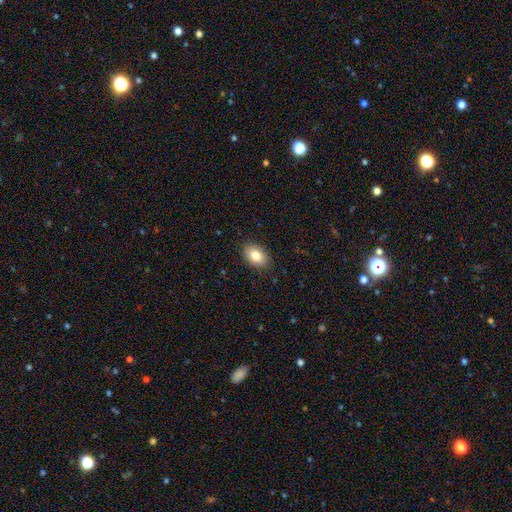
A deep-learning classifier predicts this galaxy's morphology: Smooth or featured? Predicted: smooth (p=0.83). How rounded? Predicted: in between (p=0.86). Merging? Predicted: none (p=0.87).